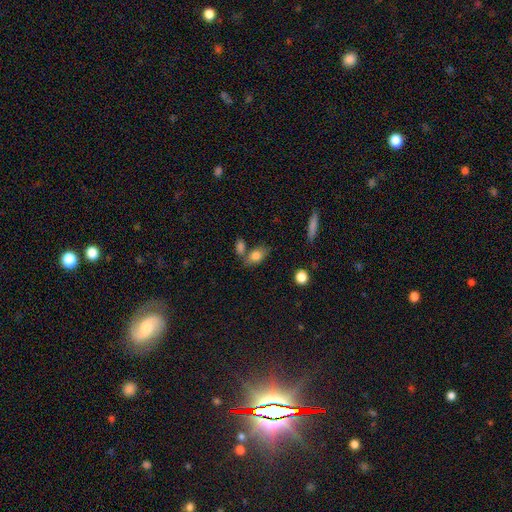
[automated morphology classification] A smooth galaxy with no disk features (79%) that is in between round and cigar-shaped (81%). Merging: none (56%).